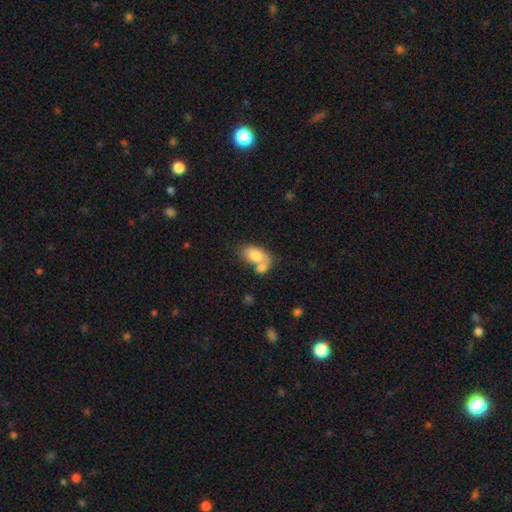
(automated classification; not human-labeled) This appears to be a smooth galaxy with no disk features (75%) that is in between round and cigar-shaped (88%). Merging: merger (58%).